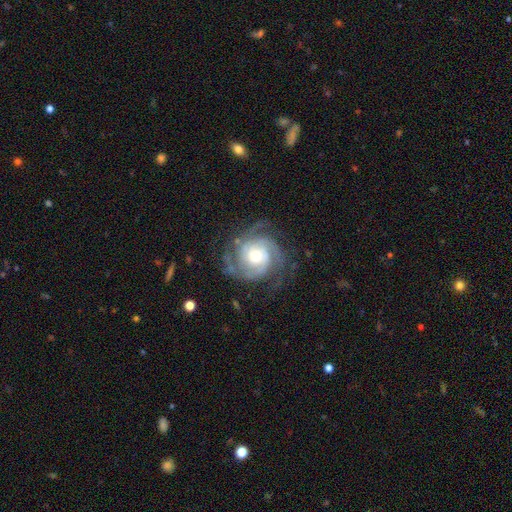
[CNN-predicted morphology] featured or disk 90%, smooth 6%, star or artifact 5%. Down the decision tree: edge-on disk — no (98%); bar — no (71%); spiral arms — yes (98%); spiral arm count — 3 (38%); spiral winding — tight (64%); bulge size — moderate (62%); merging — none (74%).